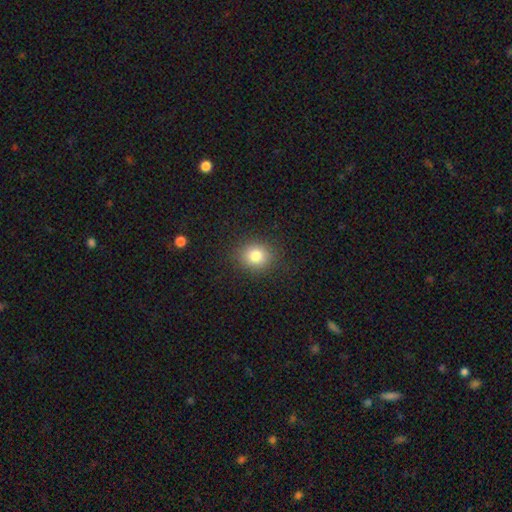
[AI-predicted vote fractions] smooth_or_featured: smooth (p=0.81) [alt: star or artifact p=0.11]
how_rounded: round (p=0.73) [alt: in between p=0.26]
merging: none (p=0.88) [alt: minor disturbance p=0.08]